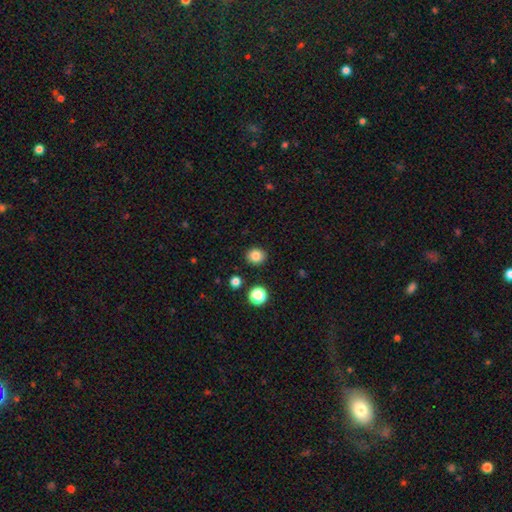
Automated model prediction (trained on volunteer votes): smooth_or_featured: smooth (p=0.84) [alt: star or artifact p=0.12]
how_rounded: round (p=0.78) [alt: in between p=0.21]
merging: none (p=0.89) [alt: minor disturbance p=0.07]